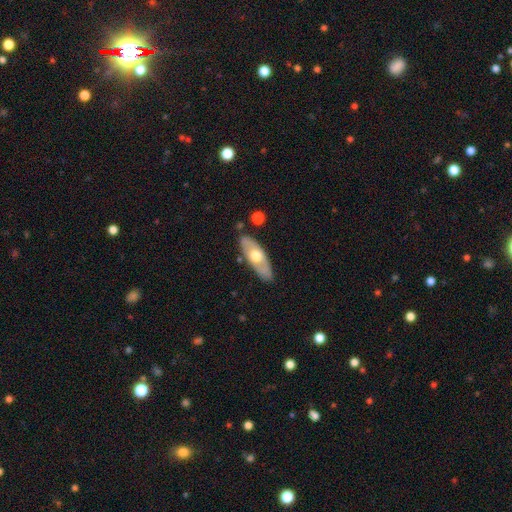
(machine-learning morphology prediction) Overall: featured or disk (49%; smooth 46%). Merging: none (82%).